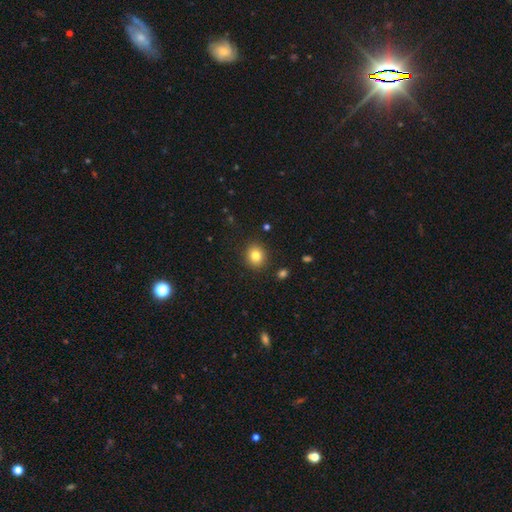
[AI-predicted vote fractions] Smooth or featured? Predicted: smooth (p=0.82). How rounded? Predicted: round (p=0.75). Merging? Predicted: none (p=0.89).